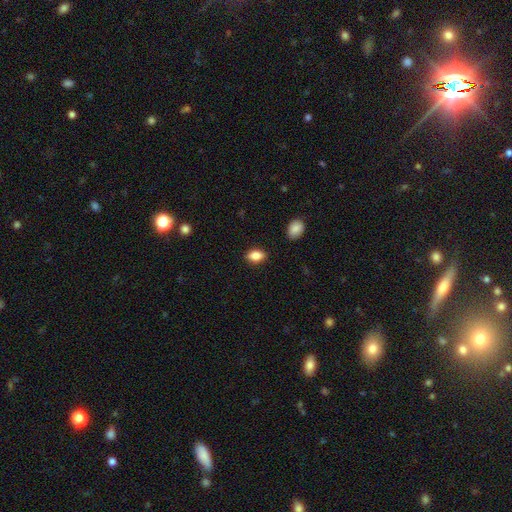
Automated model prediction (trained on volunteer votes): smooth 86%, star or artifact 8%, featured or disk 6%. Down the decision tree: how rounded — in between (85%); merging — none (87%).